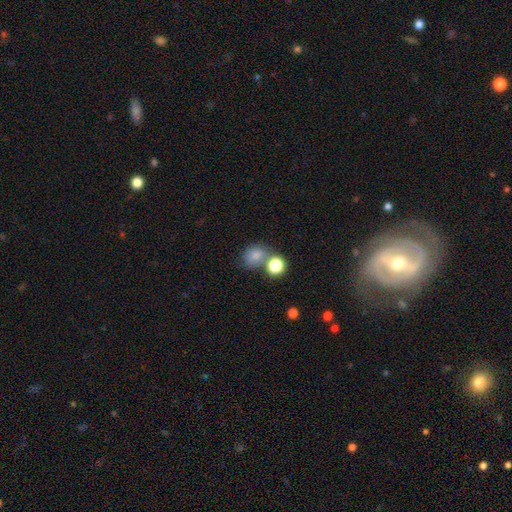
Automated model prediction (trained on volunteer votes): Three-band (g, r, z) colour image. It shows a smooth galaxy with no disk features (78%) that is round (62%). Merging: none (51%).